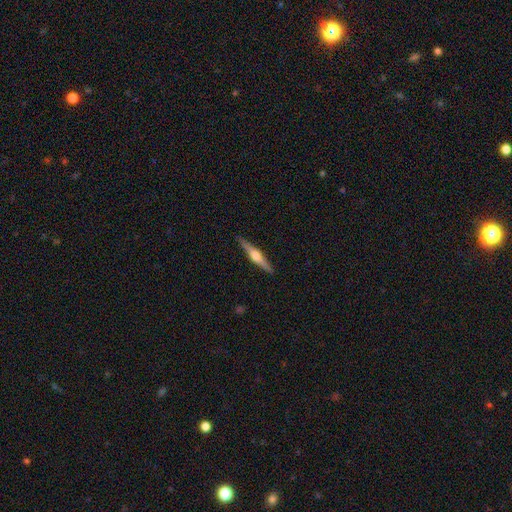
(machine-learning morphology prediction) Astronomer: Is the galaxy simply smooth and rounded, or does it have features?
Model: featured or disk — 76%.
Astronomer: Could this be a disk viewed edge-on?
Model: yes — 98%.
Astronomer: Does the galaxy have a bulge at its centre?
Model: rounded — 92%.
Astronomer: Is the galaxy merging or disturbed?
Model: none — 91%.